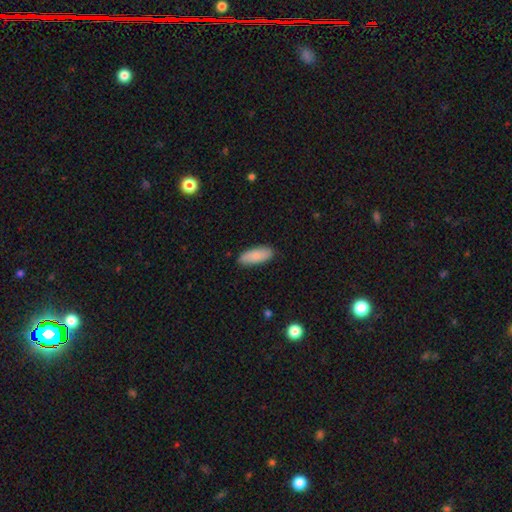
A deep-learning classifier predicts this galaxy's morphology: This appears to be a smooth galaxy with no disk features (87%) that is in between round and cigar-shaped (75%). Merging: none (87%).